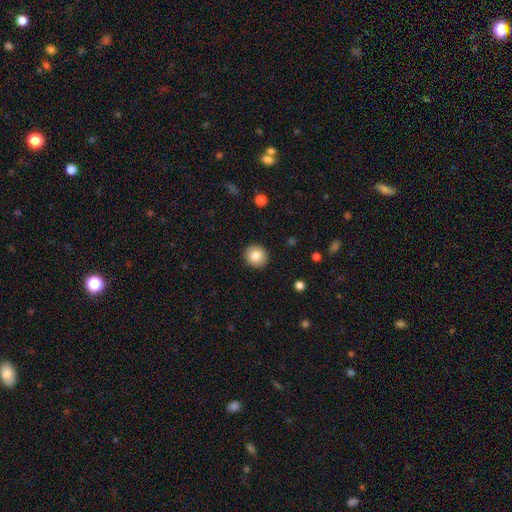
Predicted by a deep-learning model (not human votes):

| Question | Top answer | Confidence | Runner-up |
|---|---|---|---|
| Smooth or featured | smooth | 82% | featured or disk (9%) |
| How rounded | round | 91% | in between (8%) |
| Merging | none | 92% | minor disturbance (5%) |